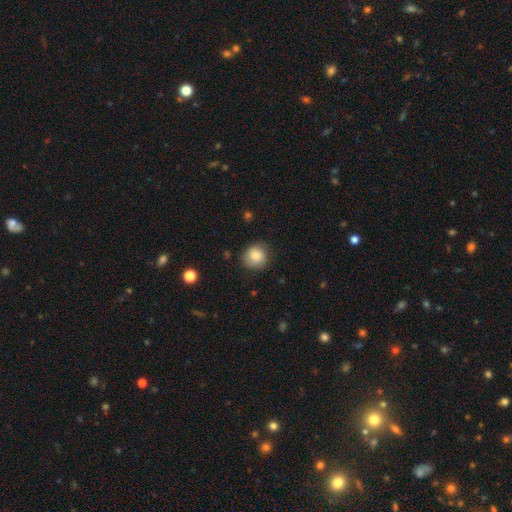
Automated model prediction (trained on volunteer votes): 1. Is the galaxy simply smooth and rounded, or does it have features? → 85% smooth, 8% star or artifact, 6% featured or disk.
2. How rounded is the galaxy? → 87% round, 12% in between, 1% cigar-shaped.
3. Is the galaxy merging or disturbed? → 80% none, 15% minor disturbance, 3% major disturbance, 1% merger.